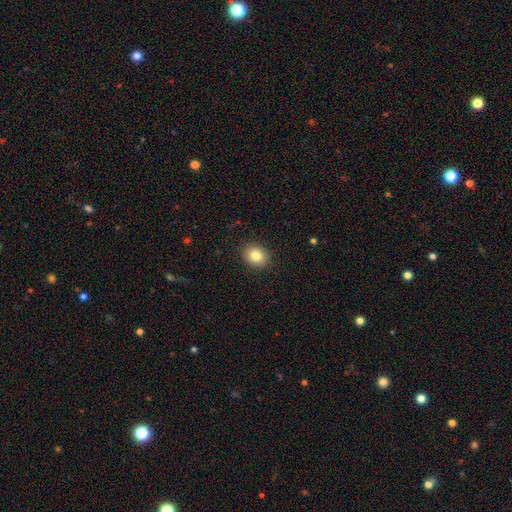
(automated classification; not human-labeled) Morphology: type=smooth (83%); roundness=round (64%); merging=none (90%).